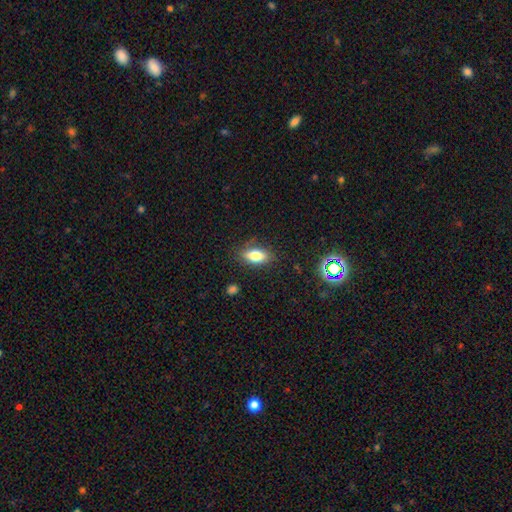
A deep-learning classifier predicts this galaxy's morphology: smooth_or_featured: smooth (p=0.78) [alt: featured or disk p=0.12]
how_rounded: in between (p=0.84) [alt: cigar-shaped p=0.09]
merging: none (p=0.80) [alt: minor disturbance p=0.15]